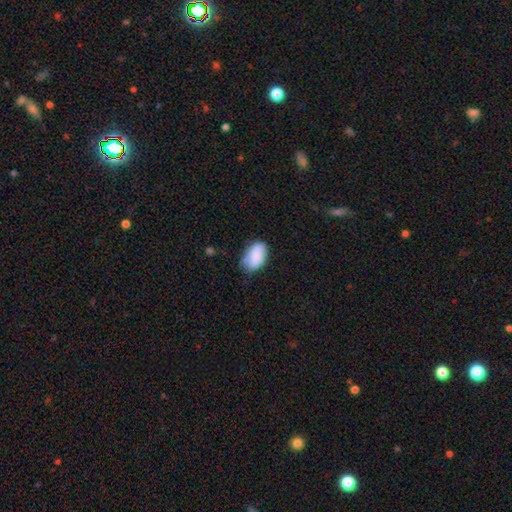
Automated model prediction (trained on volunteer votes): Smooth or featured?
  - smooth: 82% *
  - featured or disk: 11%
  - star or artifact: 7%
How rounded?
  - in between: 90% *
  - round: 9%
  - cigar-shaped: 1%
Merging?
  - none: 59% *
  - minor disturbance: 30%
  - major disturbance: 8%
  - merger: 3%